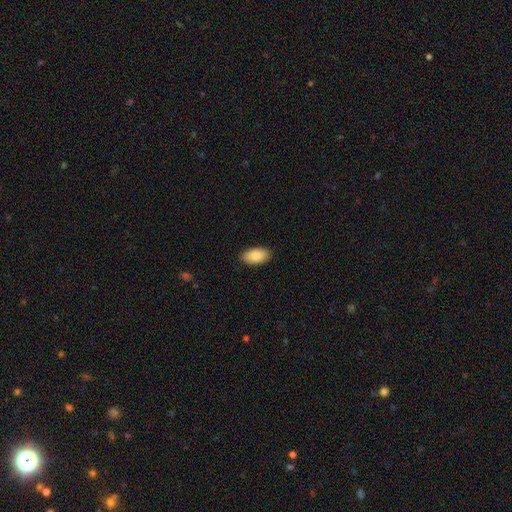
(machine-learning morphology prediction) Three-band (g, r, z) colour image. It shows a smooth galaxy with no disk features (87%) that is in between round and cigar-shaped (95%). Merging: none (88%).